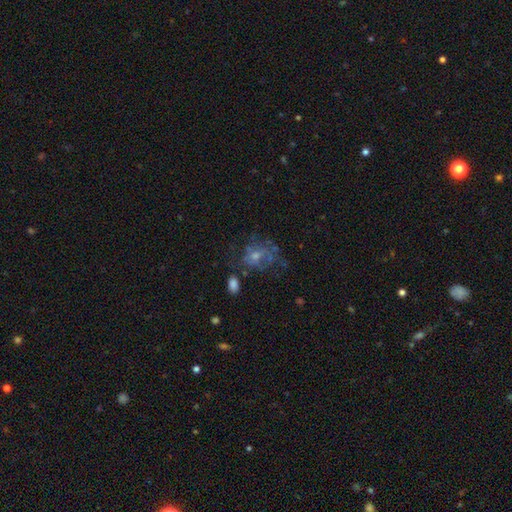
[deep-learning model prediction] This is possibly a featured or disk galaxy (57%). It is clearly not viewed edge-on (97%). Bar: likely no (70%). Spiral arm pattern: likely yes (64%). Central bulge: possibly small (48%). Merging: possibly none (50%).